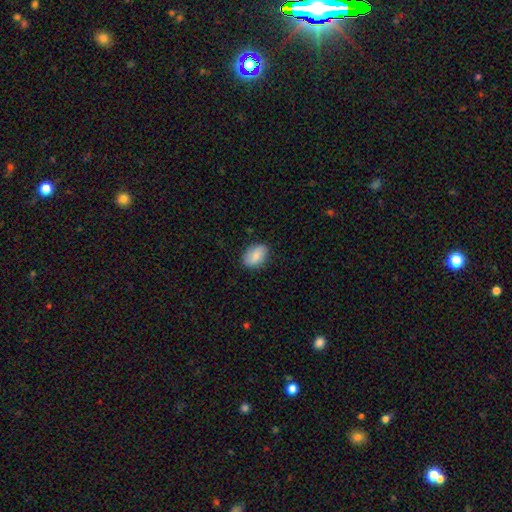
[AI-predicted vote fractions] This appears to be a smooth galaxy with no disk features (83%) that is in between round and cigar-shaped (85%). Merging: none (83%).